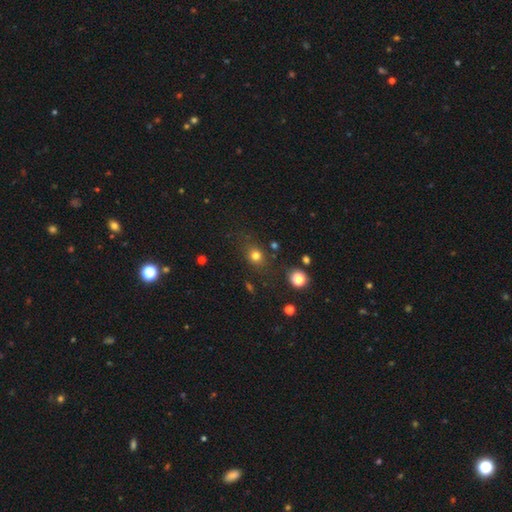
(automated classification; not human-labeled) Smooth or featured? smooth (76%)
How rounded? round (66%)
Merging? none (77%)